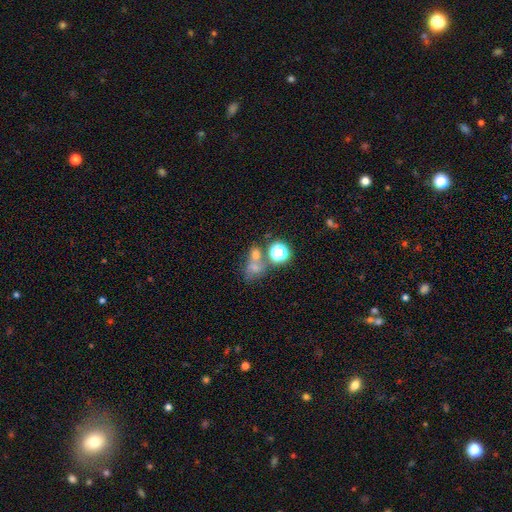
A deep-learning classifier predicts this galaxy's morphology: smooth_or_featured: smooth (p=0.55) [alt: star or artifact p=0.29]
how_rounded: round (p=0.59) [alt: in between p=0.39]
merging: merger (p=0.44) [alt: none p=0.36]